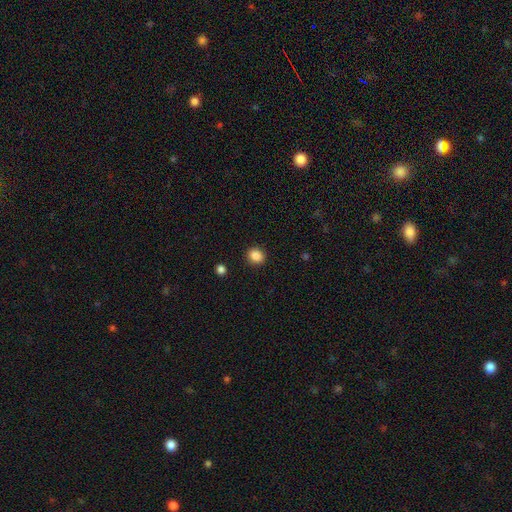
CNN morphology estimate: The model was most divided on "how rounded": round: 74%, in between: 25%, cigar-shaped: 1%. More confident: merging — none (90%); smooth or featured — smooth (87%).